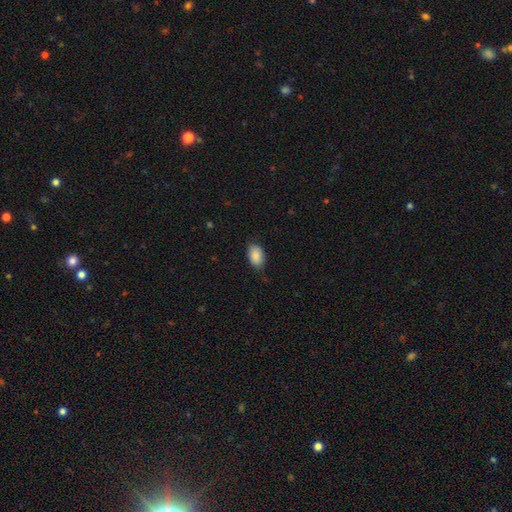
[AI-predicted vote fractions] Smooth or featured? Predicted: smooth (p=0.88). How rounded? Predicted: in between (p=0.92). Merging? Predicted: none (p=0.82).